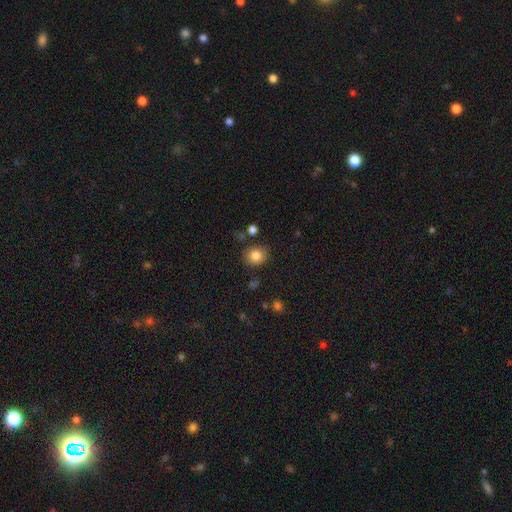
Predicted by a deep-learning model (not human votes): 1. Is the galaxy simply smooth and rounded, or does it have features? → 83% smooth, 10% star or artifact, 7% featured or disk.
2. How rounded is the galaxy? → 72% round, 27% in between, 1% cigar-shaped.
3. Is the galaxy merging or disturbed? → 83% none, 11% minor disturbance, 4% merger, 3% major disturbance.